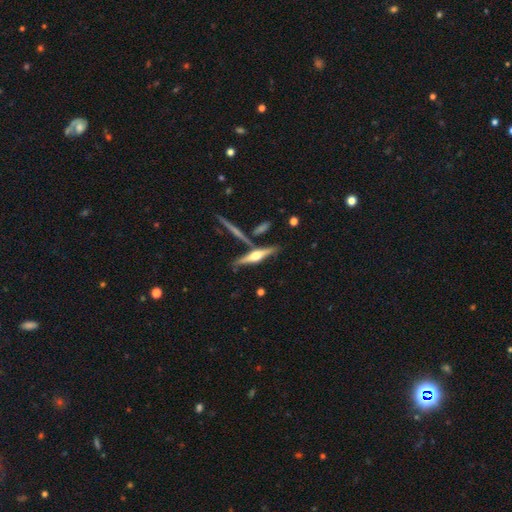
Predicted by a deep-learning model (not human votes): Morphology: type=featured or disk (69%); edge-on=yes (96%); edge-on bulge=rounded (92%); merging=none (74%).